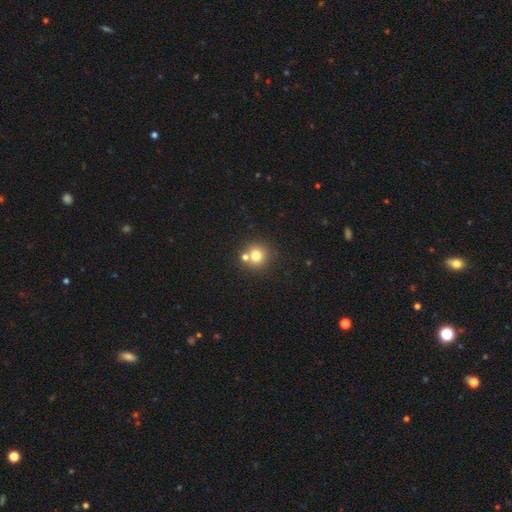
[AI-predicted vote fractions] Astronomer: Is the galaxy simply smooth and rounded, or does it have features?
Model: smooth — 75%.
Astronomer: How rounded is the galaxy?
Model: round — 91%.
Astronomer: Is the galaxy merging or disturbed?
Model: none — 66%.